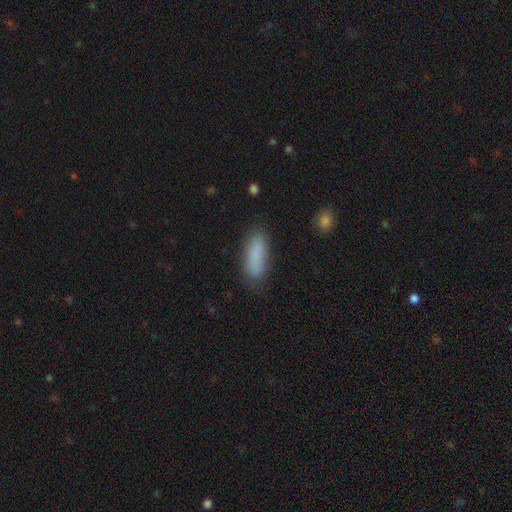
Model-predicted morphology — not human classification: Q: Smooth or featured?
A: smooth (86%); runner-up: star or artifact (8%)
Q: How rounded?
A: in between (62%); runner-up: cigar-shaped (36%)
Q: Merging?
A: none (79%); runner-up: minor disturbance (15%)